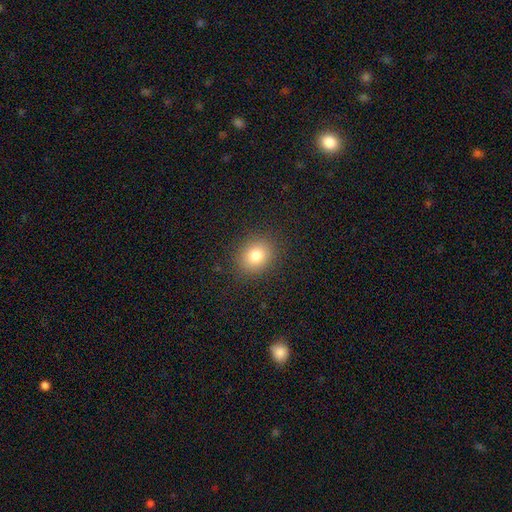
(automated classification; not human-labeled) Morphology: type=smooth (80%); roundness=round (68%); merging=none (88%).